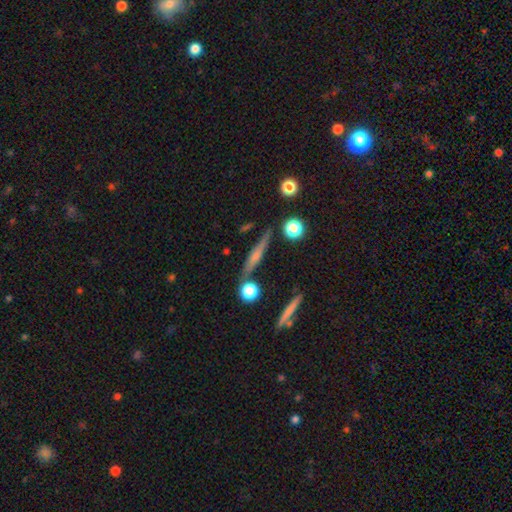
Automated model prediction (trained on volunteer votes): featured or disk 57%, smooth 35%, star or artifact 9%. Down the decision tree: edge-on disk — yes (94%); edge-on bulge — rounded (53%); merging — none (81%).